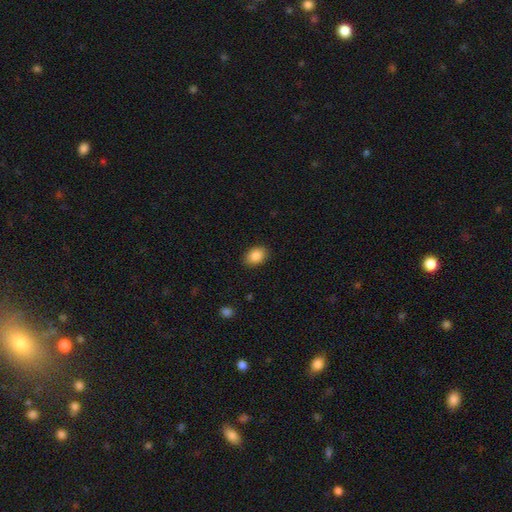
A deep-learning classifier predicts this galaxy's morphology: Smooth or featured? Predicted: smooth (p=0.88). How rounded? Predicted: in between (p=0.78). Merging? Predicted: none (p=0.88).